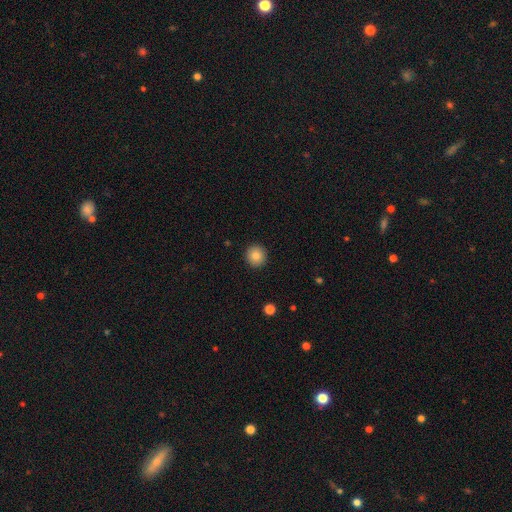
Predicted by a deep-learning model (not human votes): Smooth or featured? smooth (83%)
How rounded? round (94%)
Merging? none (93%)